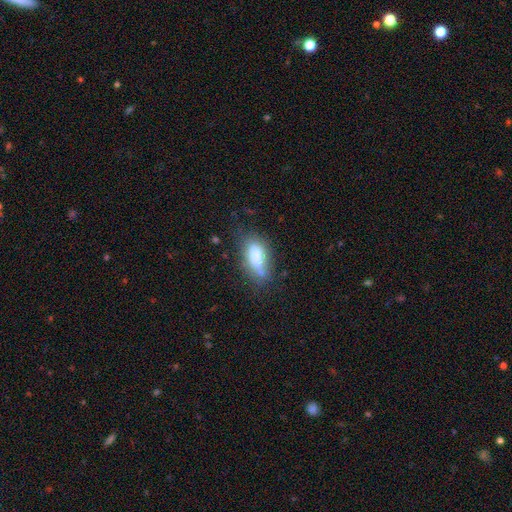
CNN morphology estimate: The model was most divided on "merging": none: 56%, minor disturbance: 26%, major disturbance: 9%, merger: 9%. More confident: how rounded — in between (81%); smooth or featured — smooth (73%).